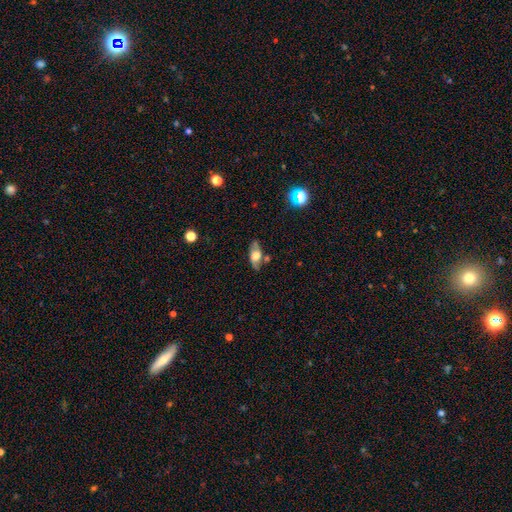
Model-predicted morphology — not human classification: Smooth or featured? Predicted: featured or disk (p=0.46). Merging? Predicted: none (p=0.68).